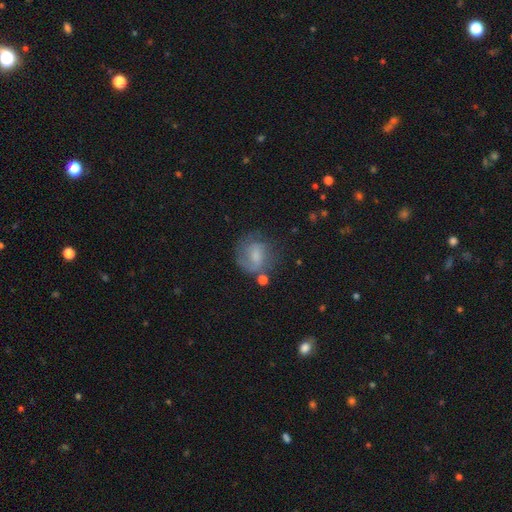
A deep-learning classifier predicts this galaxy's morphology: smooth_or_featured: smooth (p=0.45) [tied with: featured or disk p=0.45]
merging: none (p=0.56) [alt: minor disturbance p=0.23]